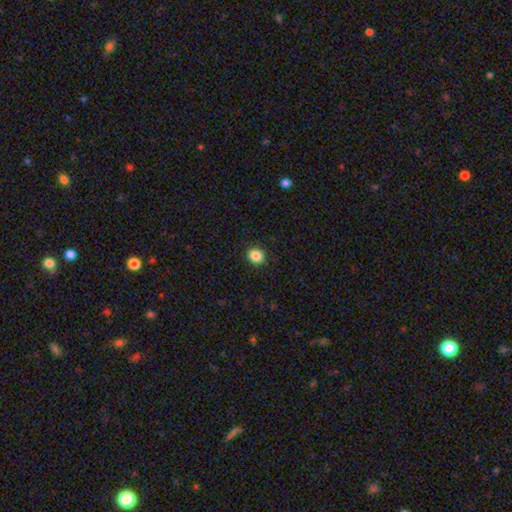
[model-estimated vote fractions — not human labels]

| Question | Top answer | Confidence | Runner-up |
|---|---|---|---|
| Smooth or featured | smooth | 87% | star or artifact (10%) |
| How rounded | round | 77% | in between (22%) |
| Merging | none | 92% | minor disturbance (5%) |